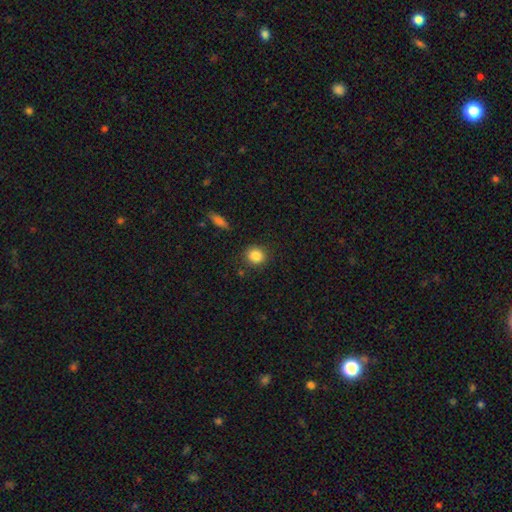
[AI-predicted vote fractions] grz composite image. It shows a smooth galaxy with no disk features (86%) that is round (84%). Merging: none (88%).